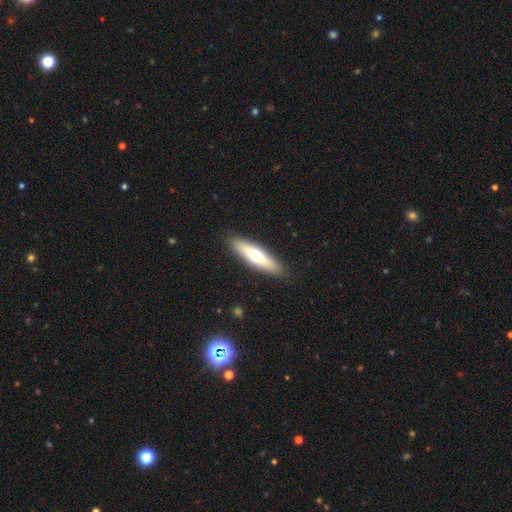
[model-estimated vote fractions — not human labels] This is possibly a smooth galaxy (55%). How rounded: likely cigar-shaped (68%). Merging: clearly none (89%).